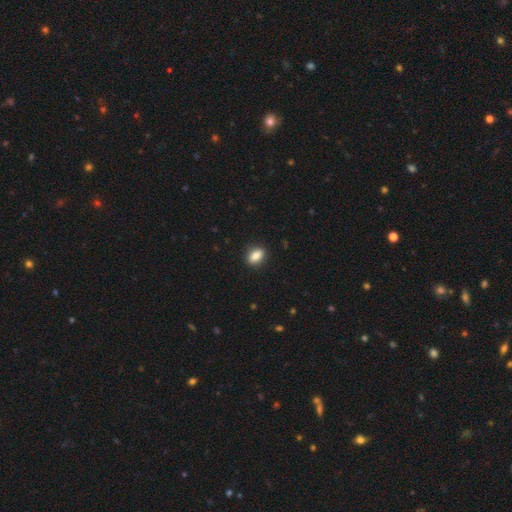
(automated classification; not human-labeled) Morphology: type=smooth (86%); roundness=in between (80%); merging=none (89%).